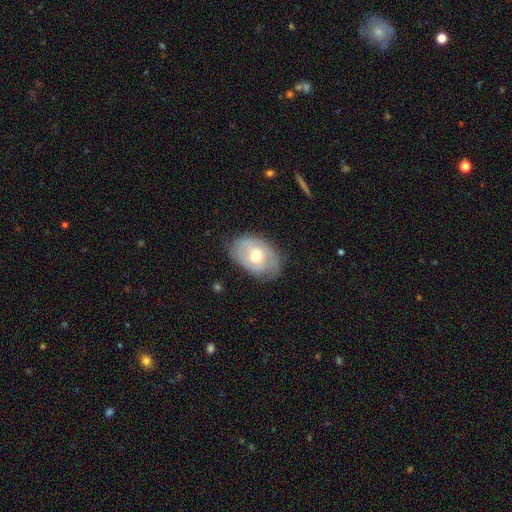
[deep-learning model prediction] featured or disk 51%, smooth 41%, star or artifact 7%. Down the decision tree: edge-on disk — no (92%); merging — none (70%).